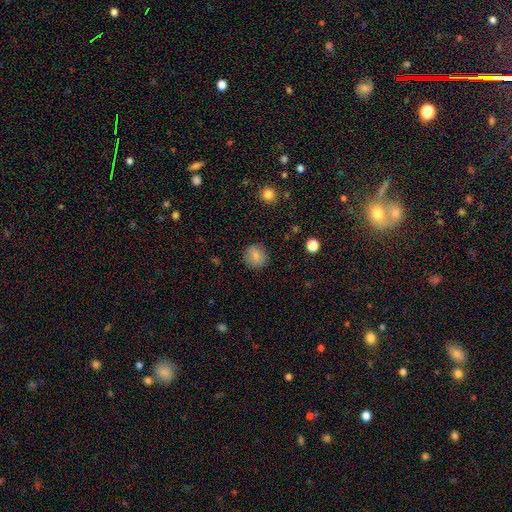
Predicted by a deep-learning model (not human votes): smooth-or-featured: smooth: 82% | star or artifact: 9% | featured or disk: 8%
  how-rounded: round: 85% | in between: 14% | cigar-shaped: 1%
  merging: none: 87% | minor disturbance: 9% | major disturbance: 3% | merger: 1%